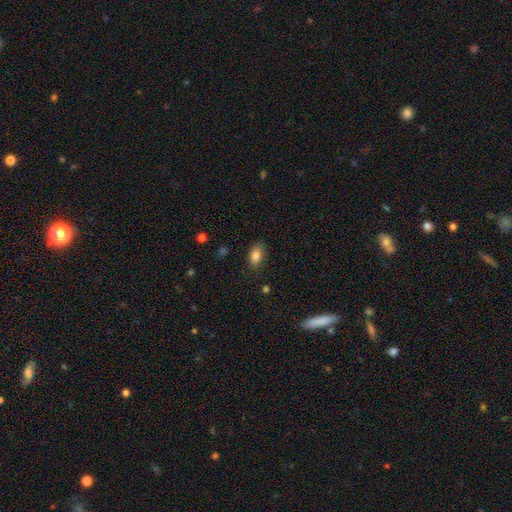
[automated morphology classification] This appears to be a smooth galaxy with no disk features (84%) that is in between round and cigar-shaped (87%). Merging: none (79%).